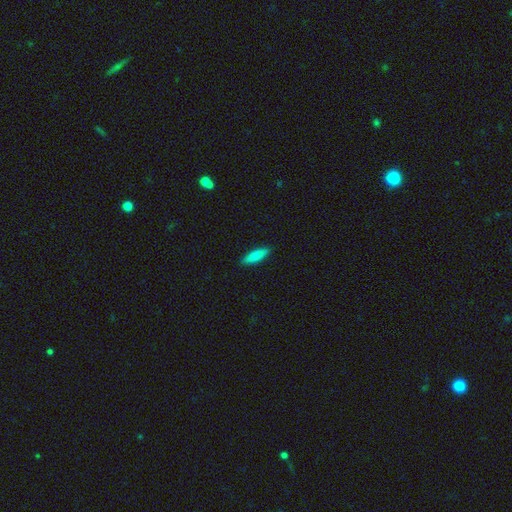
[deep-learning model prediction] A smooth galaxy with no disk features (83%) that is cigar-shaped (64%). Merging: none (89%).